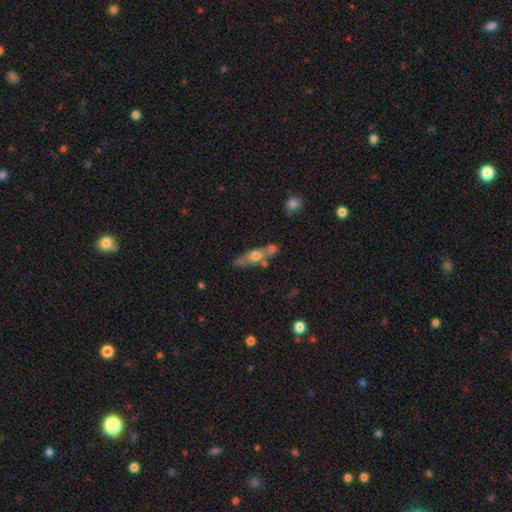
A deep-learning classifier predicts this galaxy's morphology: Smooth or featured? Predicted: smooth (p=0.49). Merging? Predicted: none (p=0.57).